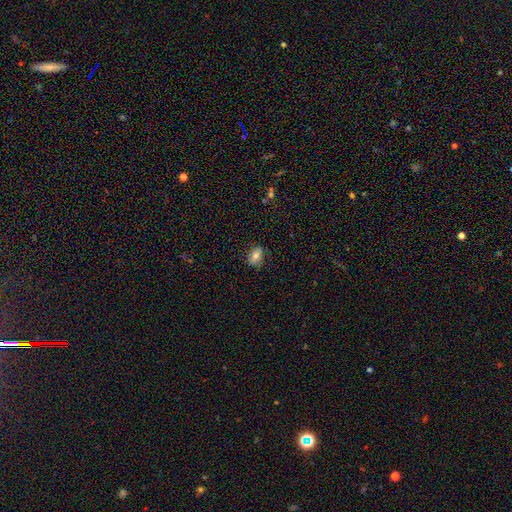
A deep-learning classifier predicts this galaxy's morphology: smooth_or_featured: smooth (p=0.70) [alt: featured or disk p=0.20]
how_rounded: in between (p=0.79) [alt: round p=0.18]
merging: none (p=0.80) [alt: minor disturbance p=0.16]